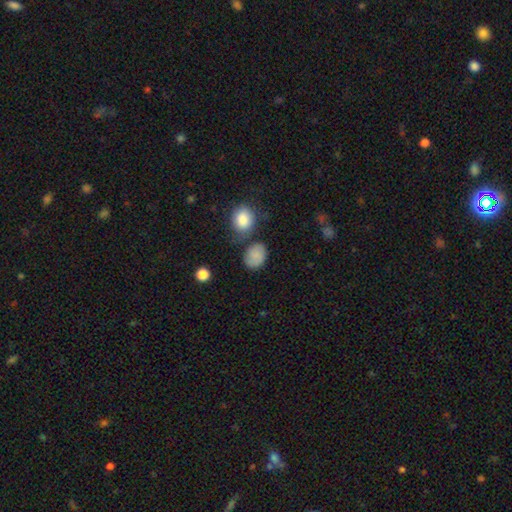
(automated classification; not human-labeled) Q: Smooth or featured?
A: smooth (81%); runner-up: featured or disk (10%)
Q: How rounded?
A: in between (57%); runner-up: round (42%)
Q: Merging?
A: none (65%); runner-up: minor disturbance (20%)